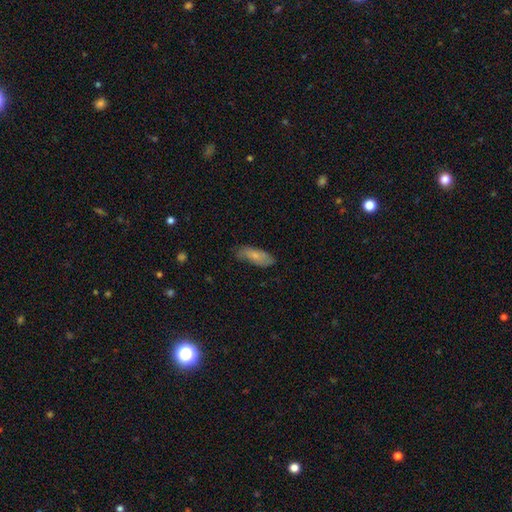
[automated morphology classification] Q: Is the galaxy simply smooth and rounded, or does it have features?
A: smooth — 74%.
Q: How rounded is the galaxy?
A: in between — 70%.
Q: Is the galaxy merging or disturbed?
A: none — 70%.